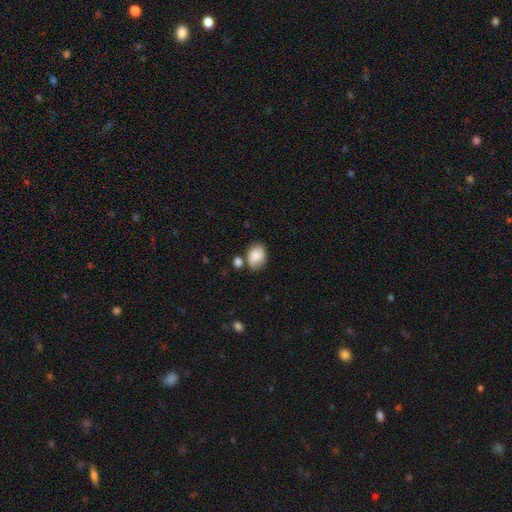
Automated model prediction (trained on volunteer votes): smooth_or_featured: smooth (p=0.82) [alt: featured or disk p=0.10]
how_rounded: in between (p=0.68) [alt: round p=0.31]
merging: none (p=0.54) [alt: minor disturbance p=0.22]